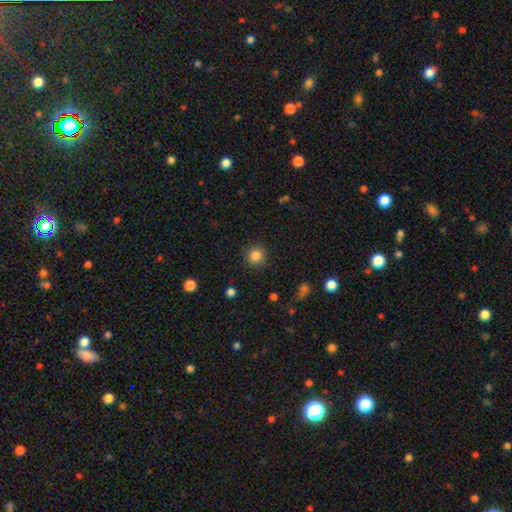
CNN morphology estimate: smooth-or-featured: smooth: 84% | star or artifact: 11% | featured or disk: 4%
  how-rounded: round: 91% | in between: 9% | cigar-shaped: 1%
  merging: none: 90% | minor disturbance: 7% | major disturbance: 2% | merger: 1%